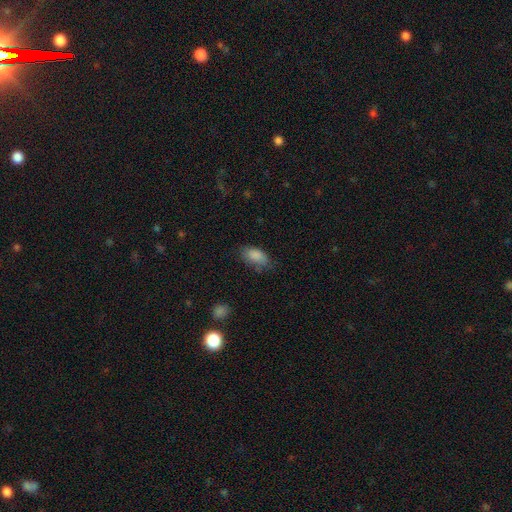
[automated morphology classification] The model was most divided on "merging": none: 68%, minor disturbance: 24%, major disturbance: 6%, merger: 2%. More confident: how rounded — in between (92%); smooth or featured — smooth (87%).